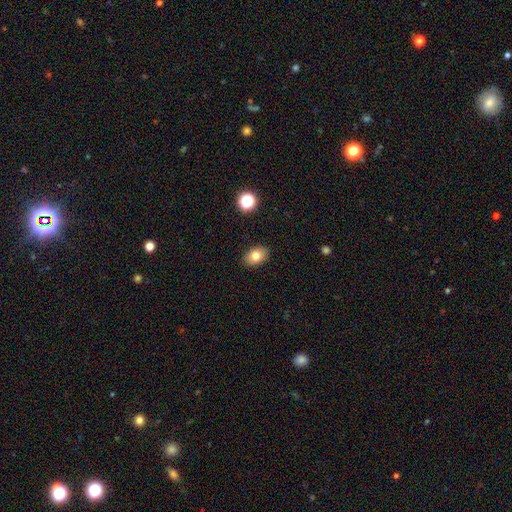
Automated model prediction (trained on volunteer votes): smooth_or_featured: smooth (p=0.78) [alt: featured or disk p=0.12]
how_rounded: in between (p=0.84) [alt: round p=0.15]
merging: none (p=0.89) [alt: minor disturbance p=0.08]